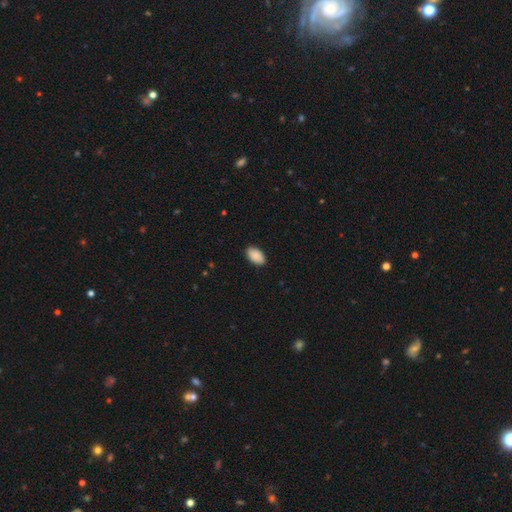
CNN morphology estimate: A smooth galaxy with no disk features (89%) that is in between round and cigar-shaped (94%).

Vote fractions:
- Smooth or featured? smooth: 89% / star or artifact: 6% / featured or disk: 5%
- How rounded? in between: 94% / round: 4% / cigar-shaped: 1%
- Merging? none: 88% / minor disturbance: 9% / major disturbance: 2% / merger: 1%